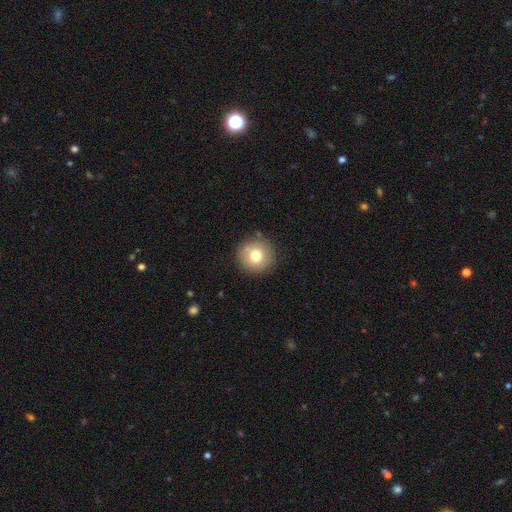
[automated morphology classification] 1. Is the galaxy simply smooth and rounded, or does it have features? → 75% smooth, 15% featured or disk, 10% star or artifact.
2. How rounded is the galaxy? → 95% round, 4% in between, 1% cigar-shaped.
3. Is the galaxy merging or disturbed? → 87% none, 9% minor disturbance, 3% major disturbance, 2% merger.